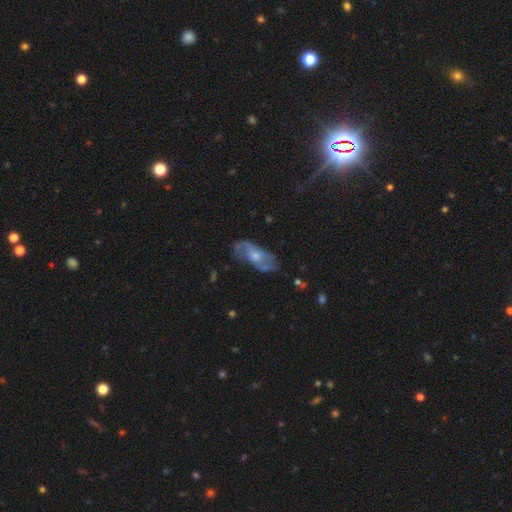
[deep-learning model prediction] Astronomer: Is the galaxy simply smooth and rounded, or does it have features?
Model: featured or disk — 56% (runner-up: smooth, 36%).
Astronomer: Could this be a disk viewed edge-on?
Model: no — 85%.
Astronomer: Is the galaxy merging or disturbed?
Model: none — 59%.